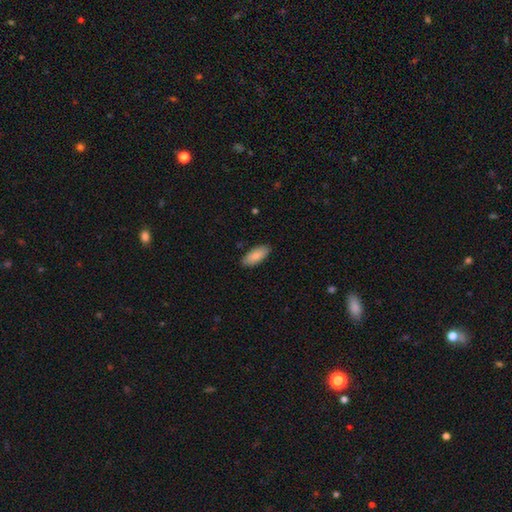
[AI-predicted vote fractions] smooth 87%, featured or disk 7%, star or artifact 6%. Down the decision tree: how rounded — in between (85%); merging — none (87%).